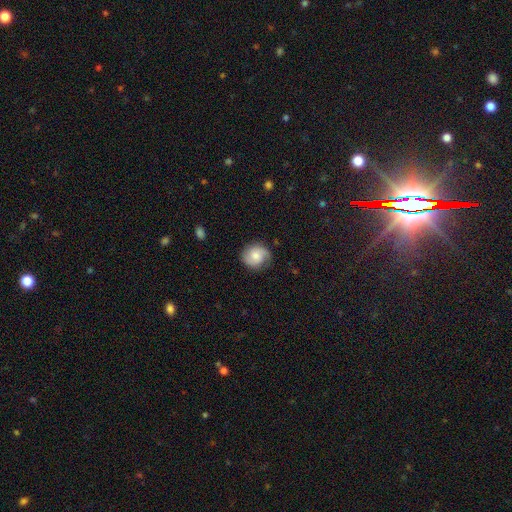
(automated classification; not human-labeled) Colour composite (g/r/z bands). It shows a smooth galaxy with no disk features (52%) that is round (79%). Merging: none (77%).